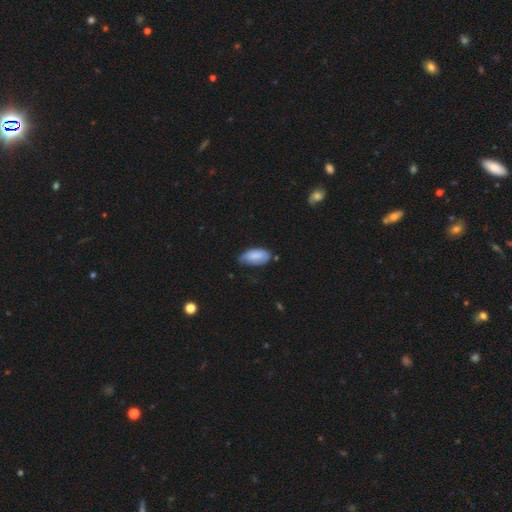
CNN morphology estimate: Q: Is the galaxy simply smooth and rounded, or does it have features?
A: smooth — 80%.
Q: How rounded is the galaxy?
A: in between — 93%.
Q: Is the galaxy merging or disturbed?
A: none — 49%.